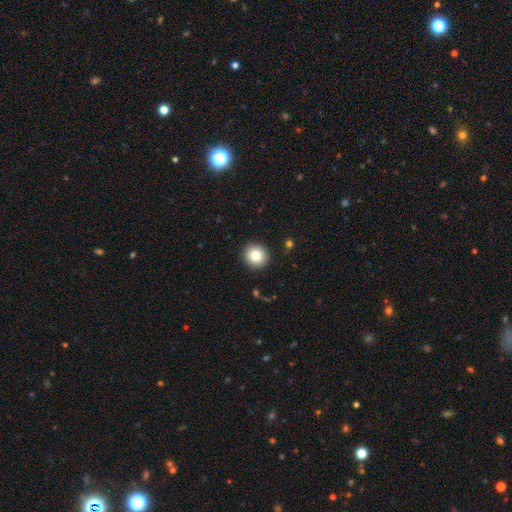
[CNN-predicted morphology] smooth 82%, star or artifact 10%, featured or disk 8%. Down the decision tree: how rounded — round (93%); merging — none (92%).